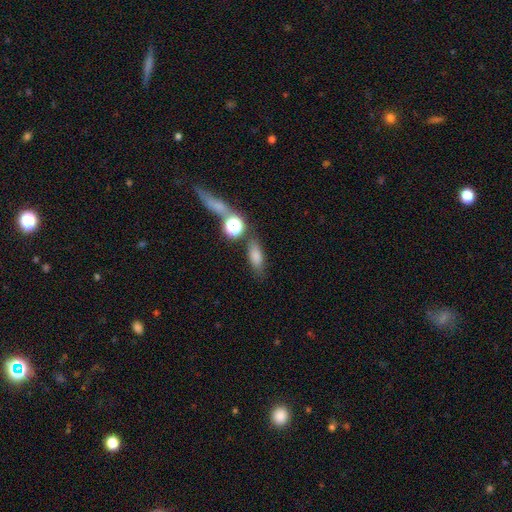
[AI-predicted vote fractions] smooth-or-featured: smooth: 76% | star or artifact: 14% | featured or disk: 11%
  how-rounded: in between: 62% | cigar-shaped: 27% | round: 11%
  merging: none: 70% | minor disturbance: 14% | merger: 10% | major disturbance: 6%